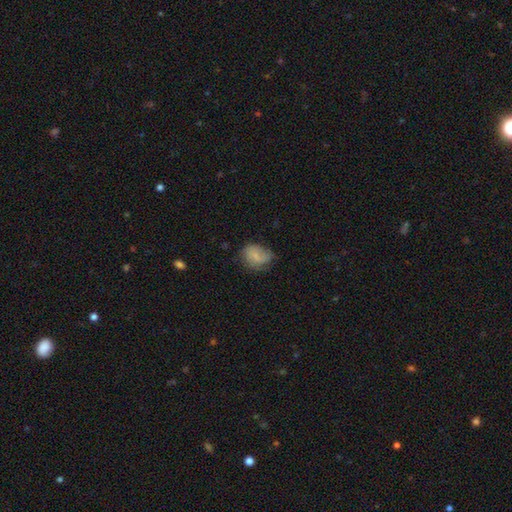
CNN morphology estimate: type=smooth (68%); roundness=in between (55%); merging=none (49%).